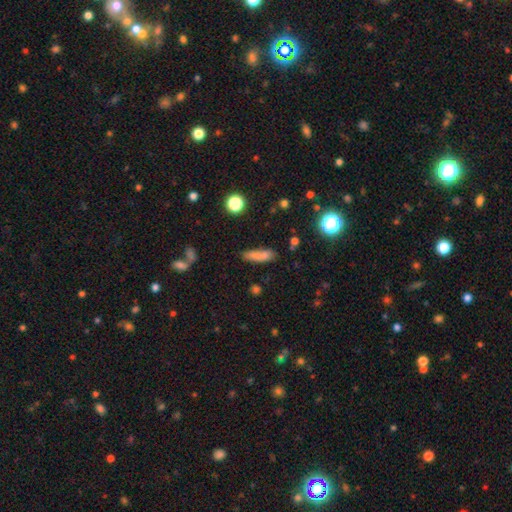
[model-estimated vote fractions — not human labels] A smooth galaxy with no disk features (76%) that is cigar-shaped (73%).

Vote fractions:
- Smooth or featured? smooth: 76% / star or artifact: 13% / featured or disk: 11%
- How rounded? cigar-shaped: 73% / in between: 23% / round: 4%
- Merging? none: 72% / minor disturbance: 17% / major disturbance: 5% / merger: 5%